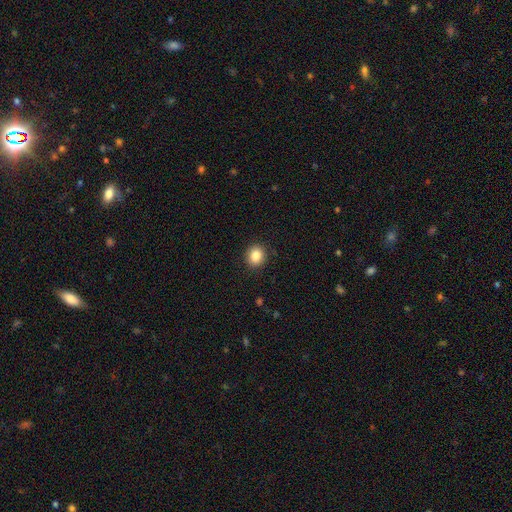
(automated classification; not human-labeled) Smooth or featured?
  - smooth: 85% *
  - star or artifact: 9%
  - featured or disk: 5%
How rounded?
  - round: 77% *
  - in between: 22%
  - cigar-shaped: 1%
Merging?
  - none: 91% *
  - minor disturbance: 6%
  - major disturbance: 2%
  - merger: 1%